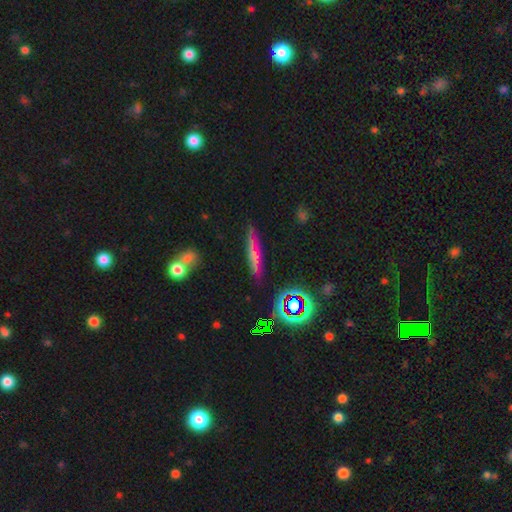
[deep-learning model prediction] Smooth or featured? Predicted: featured or disk (p=0.43). Merging? Predicted: none (p=0.78).